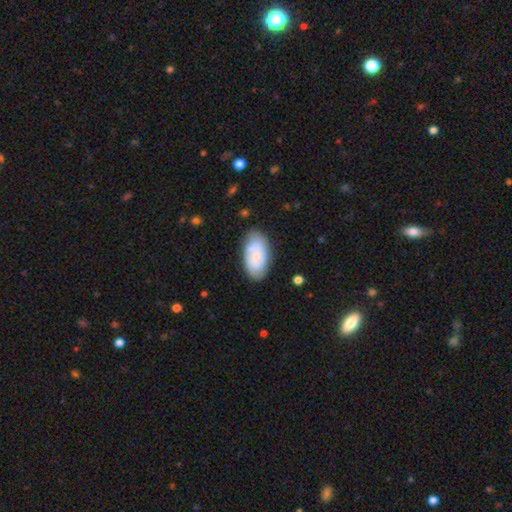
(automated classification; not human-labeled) Smooth or featured: smooth — 66% (featured or disk — 27%)
How rounded: in between — 94% (round — 3%)
Merging: none — 74% (minor disturbance — 17%)